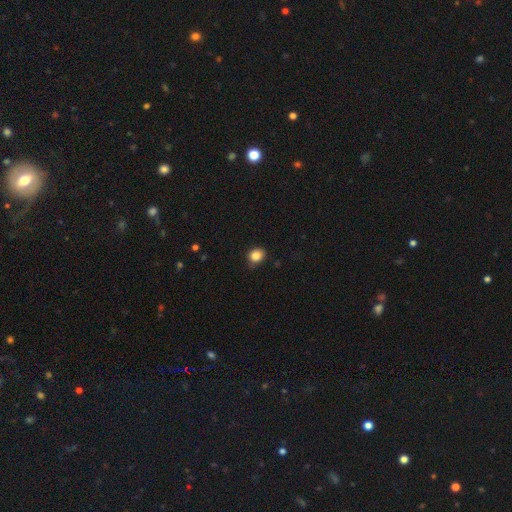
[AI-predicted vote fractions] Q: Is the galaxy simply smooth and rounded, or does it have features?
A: smooth — 85%.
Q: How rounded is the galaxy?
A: round — 65%.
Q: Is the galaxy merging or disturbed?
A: none — 78%.